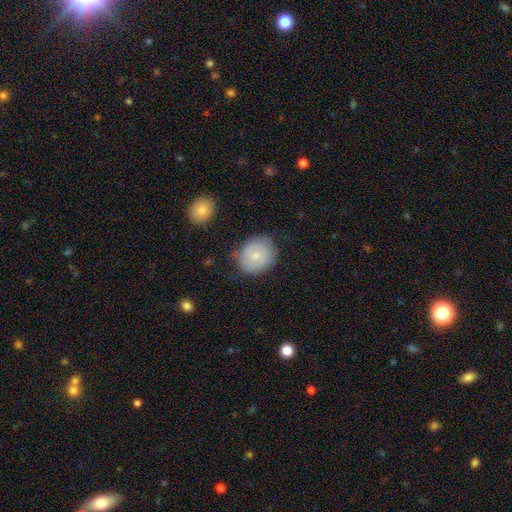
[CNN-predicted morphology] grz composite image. It shows a smooth galaxy with no disk features (72%) that is round (72%). Merging: none (75%).